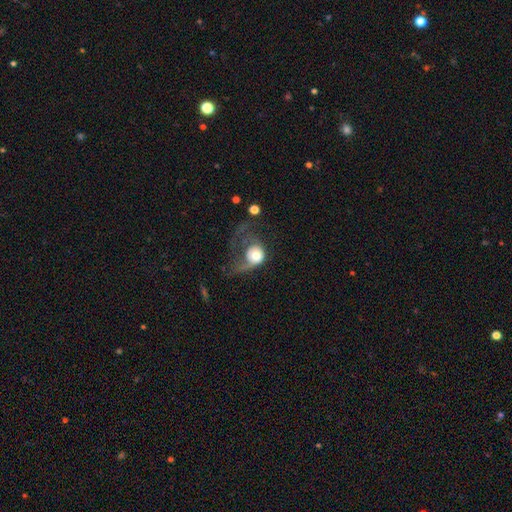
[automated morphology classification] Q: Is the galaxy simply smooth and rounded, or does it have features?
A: smooth — 54%.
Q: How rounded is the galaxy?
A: round — 76%.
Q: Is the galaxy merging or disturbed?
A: major disturbance — 66%.